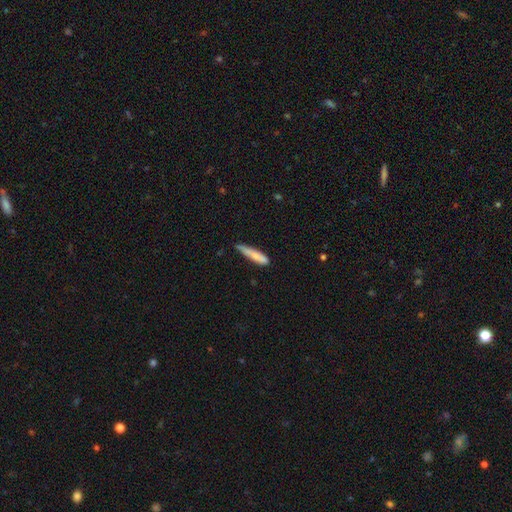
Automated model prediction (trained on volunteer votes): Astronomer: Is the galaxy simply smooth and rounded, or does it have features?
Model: smooth — 78%.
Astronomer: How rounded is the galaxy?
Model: cigar-shaped — 85%.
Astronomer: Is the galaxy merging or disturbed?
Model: none — 52% (runner-up: minor disturbance, 38%).